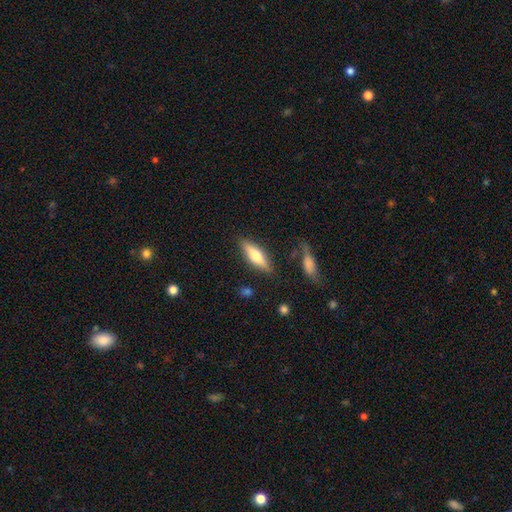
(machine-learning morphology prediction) A smooth galaxy with no disk features (53%) that is cigar-shaped (57%).

Vote fractions:
- Smooth or featured? smooth: 53% / featured or disk: 41% / star or artifact: 6%
- How rounded? cigar-shaped: 57% / in between: 41% / round: 2%
- Merging? none: 82% / minor disturbance: 11% / merger: 3% / major disturbance: 3%